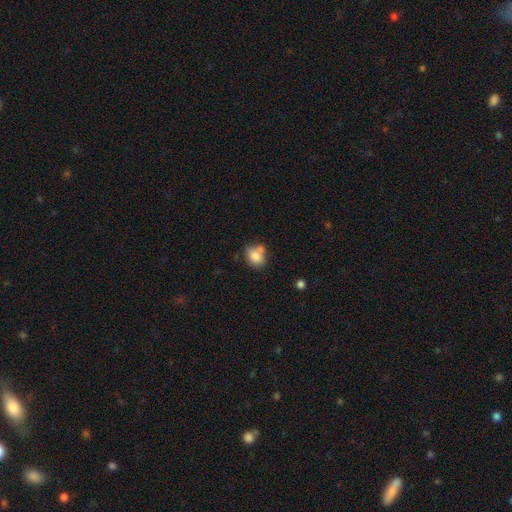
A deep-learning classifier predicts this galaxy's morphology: The model was most divided on "how rounded": in between: 57%, round: 42%, cigar-shaped: 1%. More confident: smooth or featured — smooth (80%); merging — none (53%).